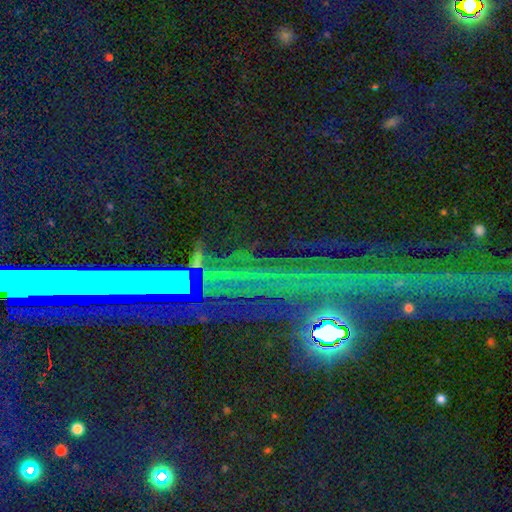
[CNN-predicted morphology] smooth_or_featured: star or artifact (p=0.82) [alt: smooth p=0.09]